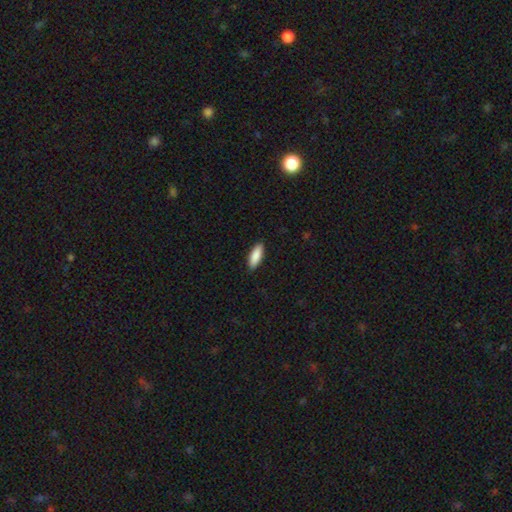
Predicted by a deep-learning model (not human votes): Morphology: type=smooth (88%); roundness=in between (61%); merging=none (90%).